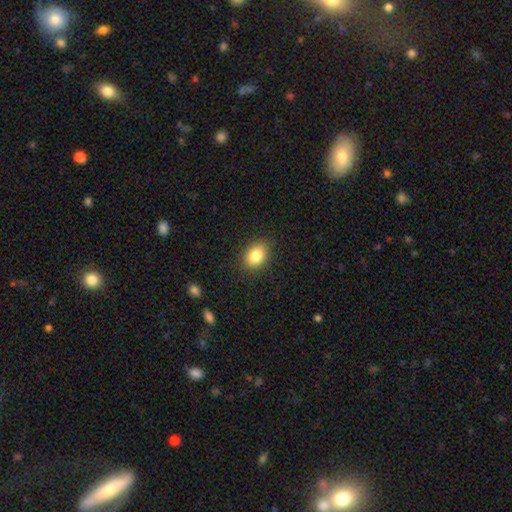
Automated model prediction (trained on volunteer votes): Smooth or featured?
  - smooth: 85% *
  - star or artifact: 9%
  - featured or disk: 6%
How rounded?
  - in between: 68% *
  - round: 31%
  - cigar-shaped: 1%
Merging?
  - none: 88% *
  - minor disturbance: 9%
  - major disturbance: 3%
  - merger: 1%